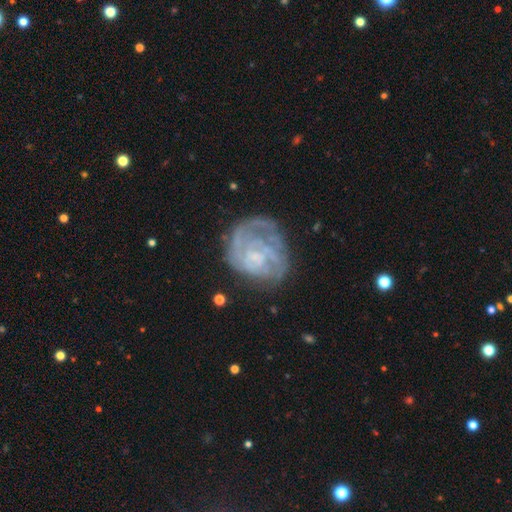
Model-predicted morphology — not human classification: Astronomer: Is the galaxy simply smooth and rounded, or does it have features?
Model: featured or disk — 77%.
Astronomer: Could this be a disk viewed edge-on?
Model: no — 98%.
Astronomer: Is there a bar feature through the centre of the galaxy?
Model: no — 67%.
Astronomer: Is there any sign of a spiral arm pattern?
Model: yes — 83%.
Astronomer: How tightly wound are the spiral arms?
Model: tight — 60%.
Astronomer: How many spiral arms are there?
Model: can't tell — 42% (runner-up: 2, 20%).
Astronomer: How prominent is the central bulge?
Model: none — 45% (runner-up: small, 35%).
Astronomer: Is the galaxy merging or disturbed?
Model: none — 58%.